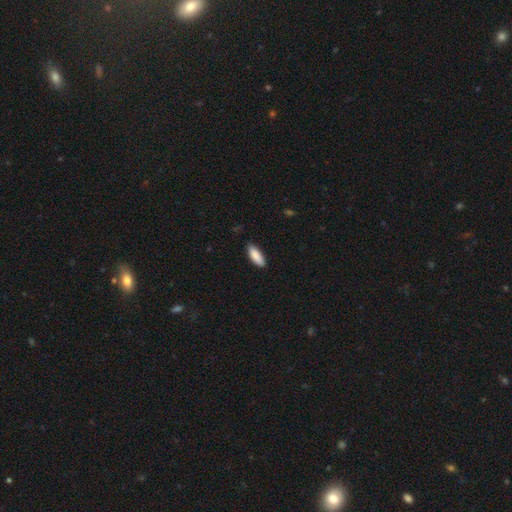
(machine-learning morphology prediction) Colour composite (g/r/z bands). It shows a smooth galaxy with no disk features (88%) that is in between round and cigar-shaped (66%). Merging: none (86%).